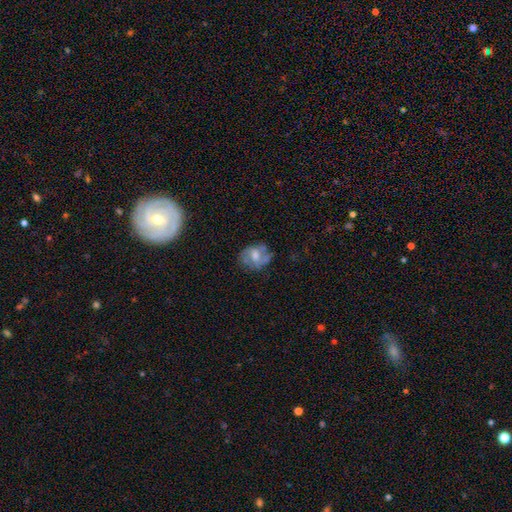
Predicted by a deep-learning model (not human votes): Smooth or featured? featured or disk (51%)
Edge-on disk? no (97%)
Merging? none (60%)